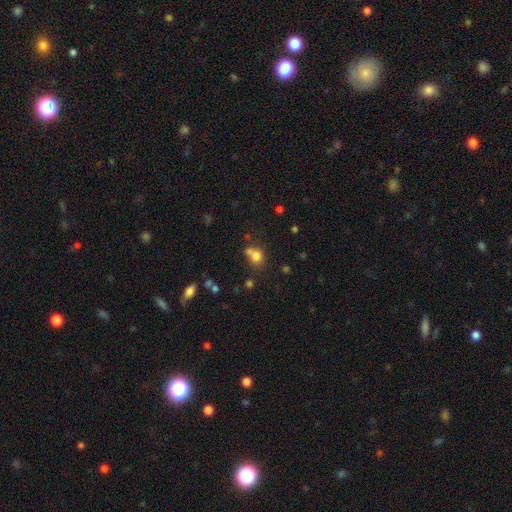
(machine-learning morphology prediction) smooth_or_featured: smooth (p=0.76) [alt: star or artifact p=0.14]
how_rounded: round (p=0.69) [alt: in between p=0.30]
merging: none (p=0.46) [alt: merger p=0.33]